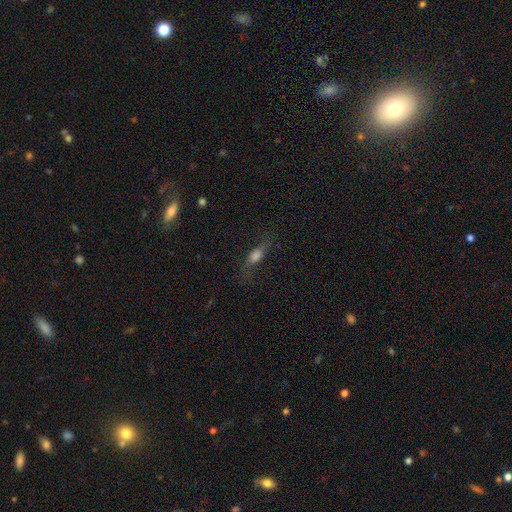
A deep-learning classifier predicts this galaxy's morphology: smooth_or_featured: smooth (p=0.55) [alt: featured or disk p=0.31]
how_rounded: in between (p=0.50) [alt: cigar-shaped p=0.43]
merging: none (p=0.62) [alt: minor disturbance p=0.20]